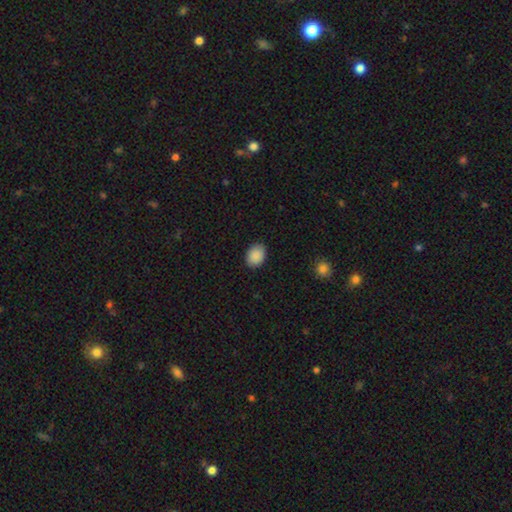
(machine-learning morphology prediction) A smooth galaxy with no disk features (90%) that is in between round and cigar-shaped (63%). Merging: none (86%).